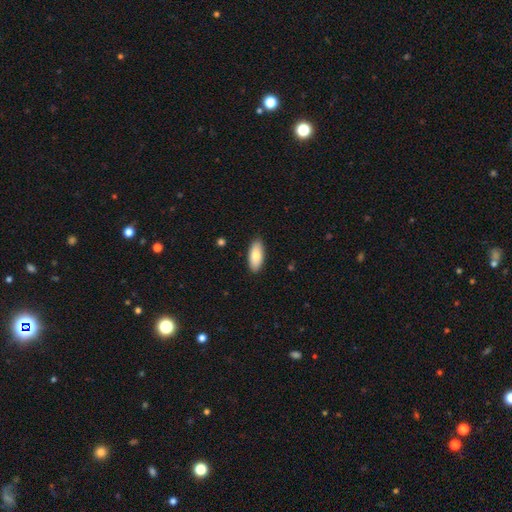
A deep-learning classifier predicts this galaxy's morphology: Smooth or featured: smooth — 80% (featured or disk — 14%)
How rounded: in between — 84% (cigar-shaped — 14%)
Merging: none — 89% (minor disturbance — 9%)